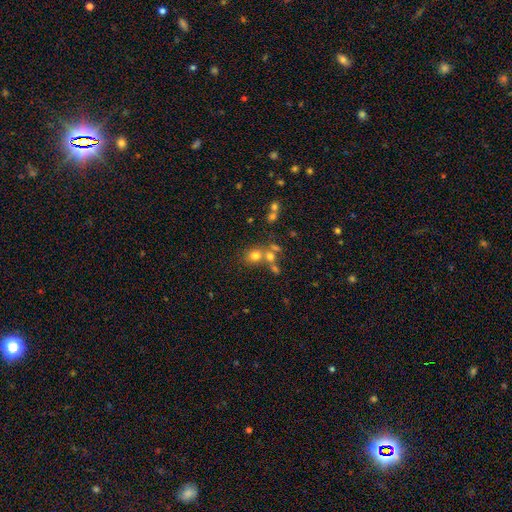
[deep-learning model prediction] Smooth or featured?
  - smooth: 69% *
  - star or artifact: 17%
  - featured or disk: 13%
How rounded?
  - round: 67% *
  - in between: 32%
  - cigar-shaped: 1%
Merging?
  - none: 49% *
  - merger: 35%
  - minor disturbance: 10%
  - major disturbance: 6%